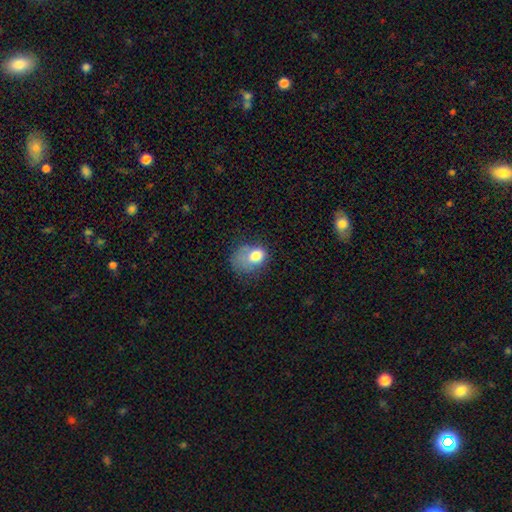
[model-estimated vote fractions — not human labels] Overall: smooth (72%). How rounded: in between (59%; round 40%). Merging: major disturbance (39%; minor disturbance 31%).